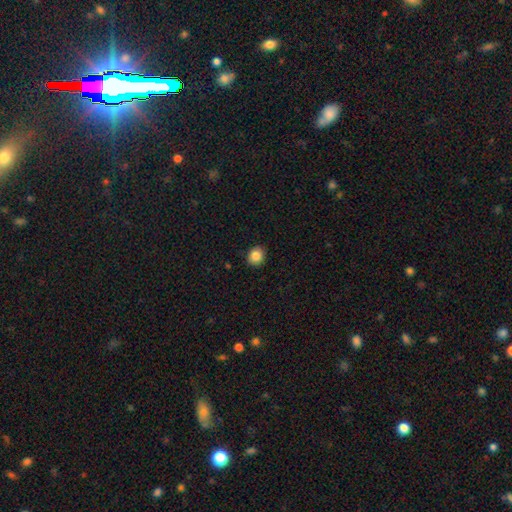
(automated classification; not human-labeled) Morphology: type=smooth (85%); roundness=round (76%); merging=none (89%).